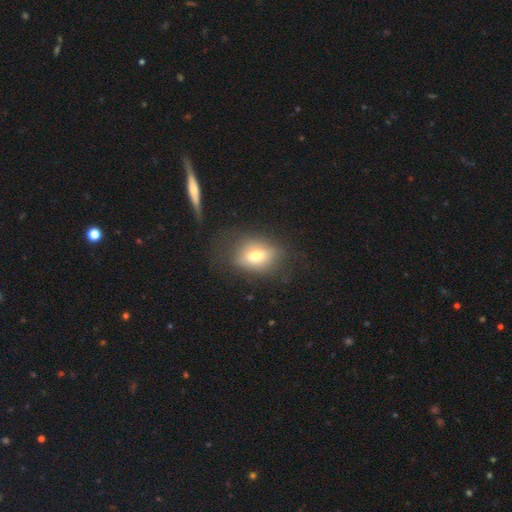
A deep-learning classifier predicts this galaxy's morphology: The model was most divided on "merging": none: 62%, minor disturbance: 21%, major disturbance: 14%, merger: 3%. More confident: how rounded — in between (81%); smooth or featured — smooth (70%).